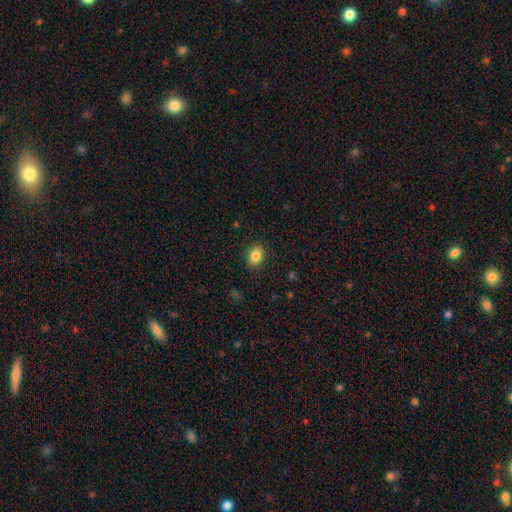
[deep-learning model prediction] smooth-or-featured: smooth: 85% | star or artifact: 9% | featured or disk: 6%
  how-rounded: in between: 65% | round: 34% | cigar-shaped: 1%
  merging: none: 89% | minor disturbance: 8% | major disturbance: 2% | merger: 1%